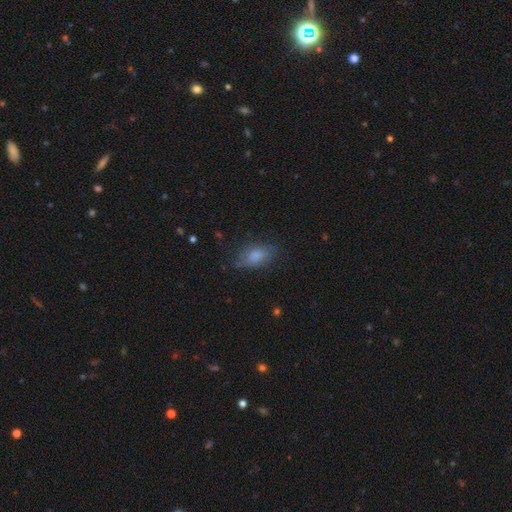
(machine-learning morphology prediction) Smooth or featured: smooth — 78% (featured or disk — 13%)
How rounded: in between — 87% (round — 9%)
Merging: none — 67% (minor disturbance — 23%)